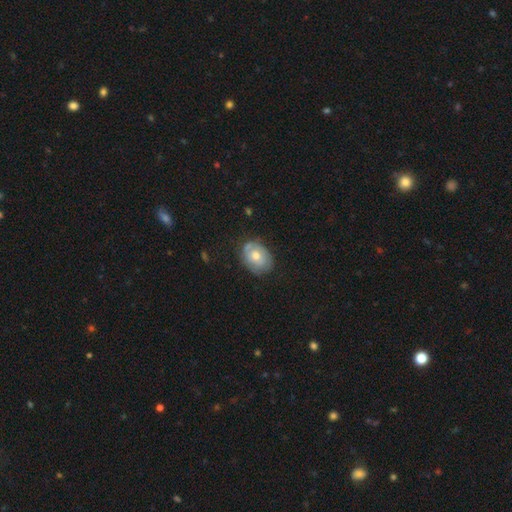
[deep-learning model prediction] This is possibly a smooth galaxy (52%). How rounded: likely in between (68%). Merging: likely none (70%).